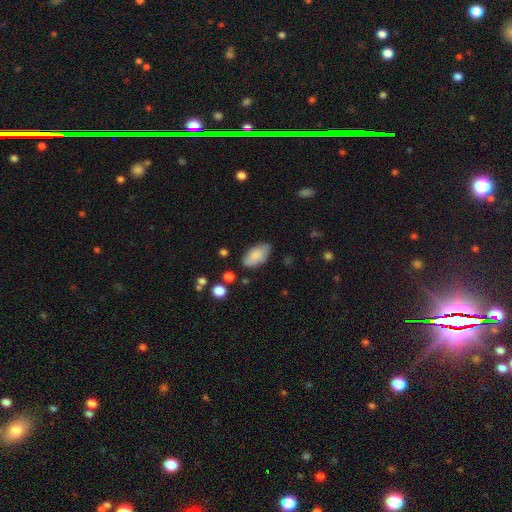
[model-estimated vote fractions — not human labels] Smooth or featured?
  - smooth: 82% *
  - featured or disk: 11%
  - star or artifact: 7%
How rounded?
  - in between: 94% *
  - round: 3%
  - cigar-shaped: 3%
Merging?
  - none: 75% *
  - minor disturbance: 19%
  - major disturbance: 4%
  - merger: 2%